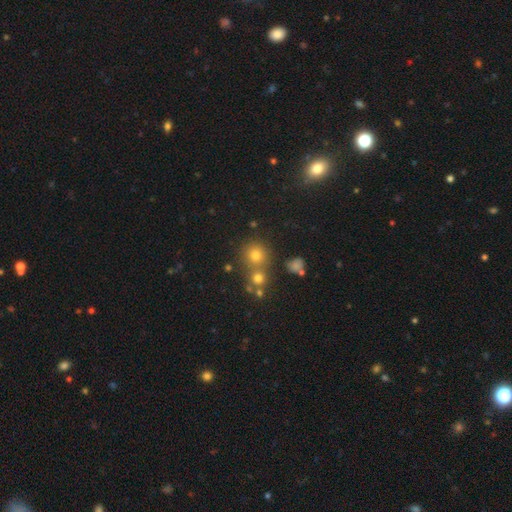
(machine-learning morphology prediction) Smooth or featured? Predicted: smooth (p=0.67). How rounded? Predicted: round (p=0.90). Merging? Predicted: none (p=0.67).